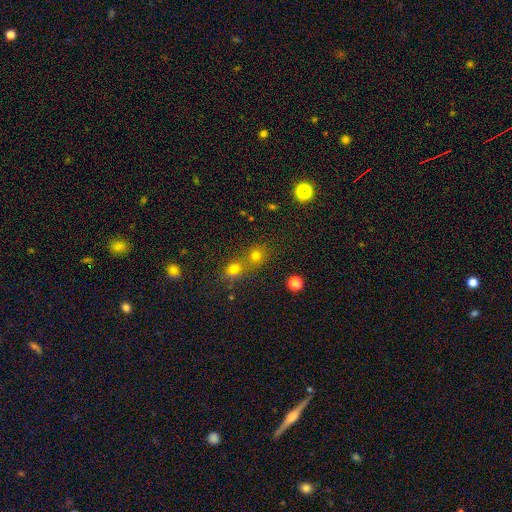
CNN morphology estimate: Smooth or featured: smooth — 69% (star or artifact — 22%)
How rounded: round — 82% (in between — 16%)
Merging: merger — 46% (none — 45%)